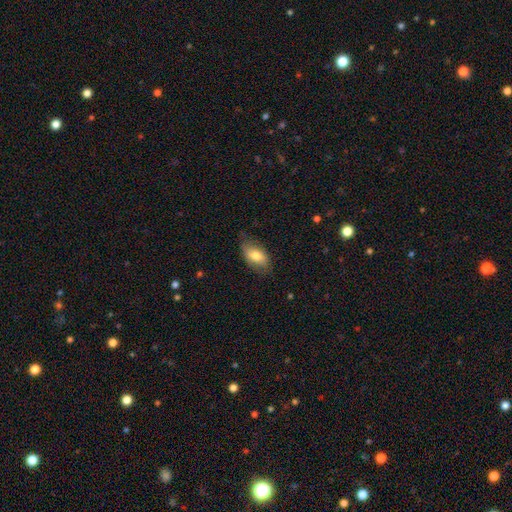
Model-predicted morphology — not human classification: smooth 74%, featured or disk 20%, star or artifact 7%. Down the decision tree: how rounded — in between (92%); merging — none (69%).